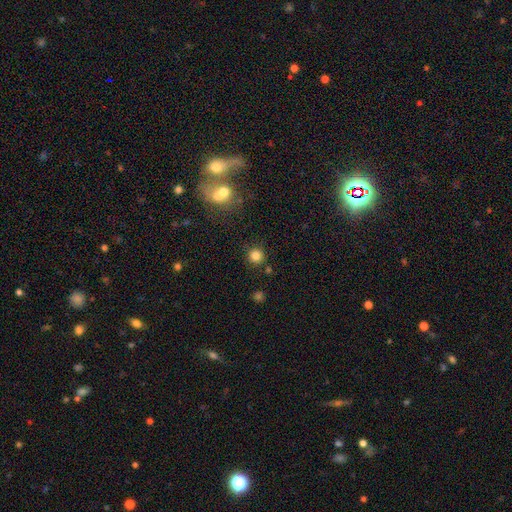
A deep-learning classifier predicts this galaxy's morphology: Smooth or featured? smooth (81%)
How rounded? round (94%)
Merging? none (86%)